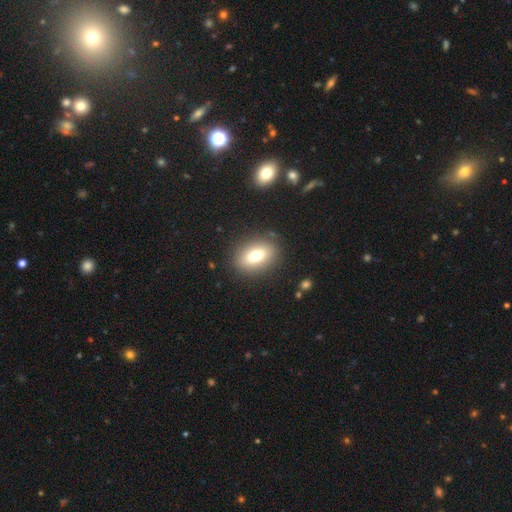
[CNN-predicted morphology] A smooth galaxy with no disk features (73%) that is in between round and cigar-shaped (74%). Merging: none (86%).